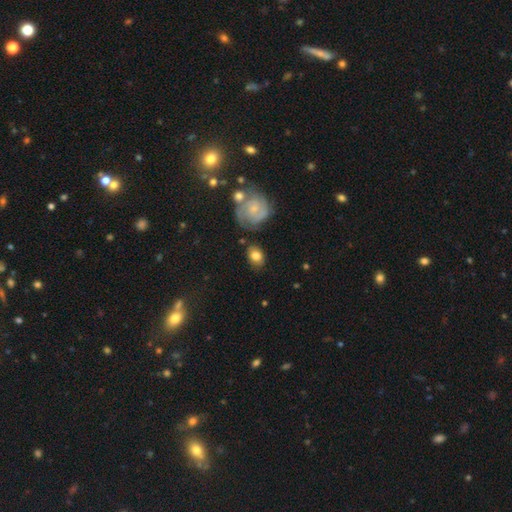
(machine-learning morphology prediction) A smooth galaxy with no disk features (69%) that is in between round and cigar-shaped (69%). Merging: none (72%).